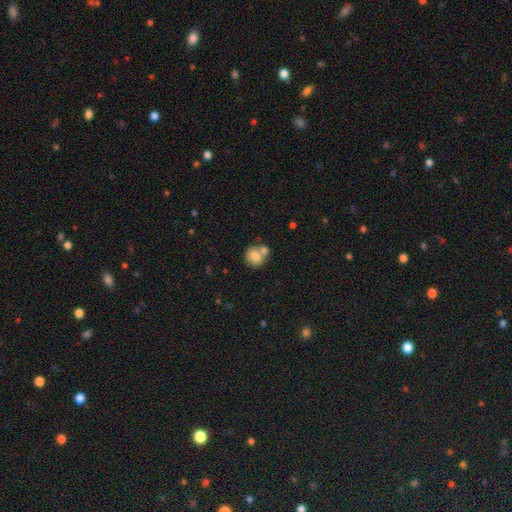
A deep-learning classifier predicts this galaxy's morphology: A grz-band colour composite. It shows a smooth galaxy with no disk features (79%) that is round (73%). Merging: none (45%).